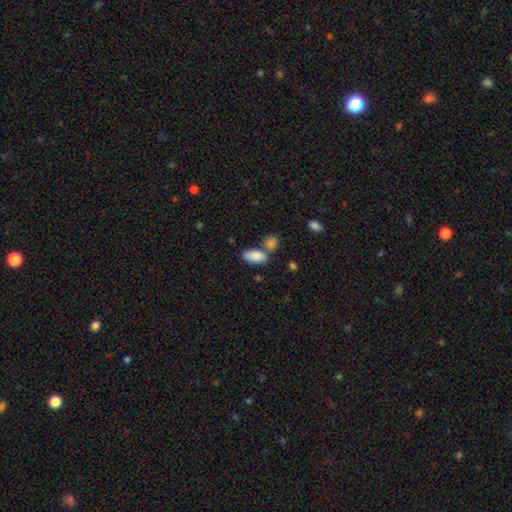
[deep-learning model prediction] Overall: smooth (87%). How rounded: in between (92%). Merging: none (56%; merger 26%).